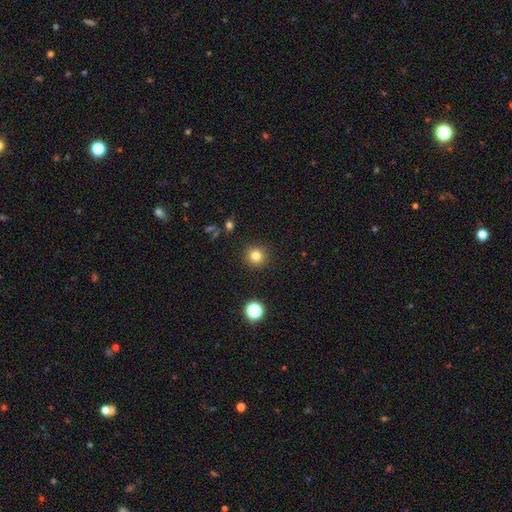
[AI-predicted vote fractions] This is clearly a smooth galaxy (80%). How rounded: clearly round (95%). Merging: clearly none (91%).